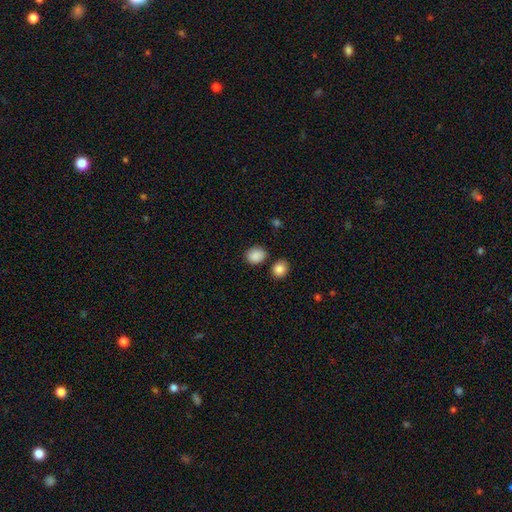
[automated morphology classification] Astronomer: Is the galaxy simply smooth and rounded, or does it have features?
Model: smooth — 88%.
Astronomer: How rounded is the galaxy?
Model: round — 58% (runner-up: in between, 41%).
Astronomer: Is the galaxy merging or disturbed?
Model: none — 79%.